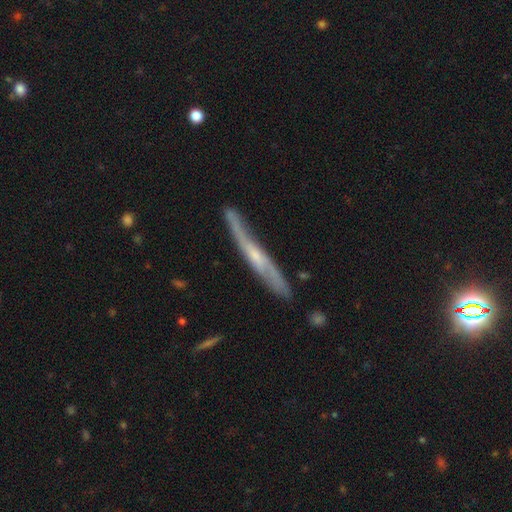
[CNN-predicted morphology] This appears to be a featured or disk galaxy (73%) viewed edge-on (83%) with a rounded central bulge (52%). Merging: none (72%).